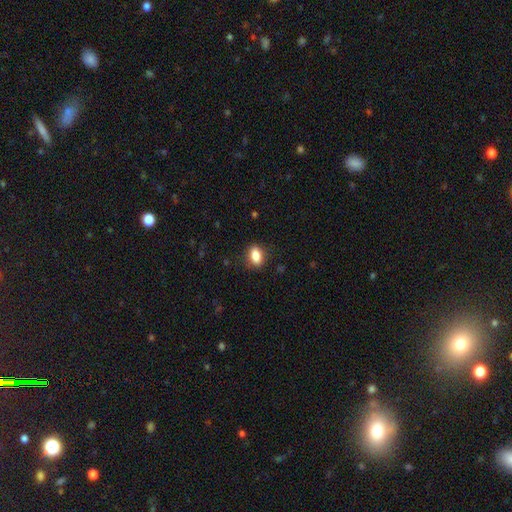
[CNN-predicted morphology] smooth 85%, star or artifact 8%, featured or disk 7%. Down the decision tree: how rounded — in between (81%); merging — none (85%).